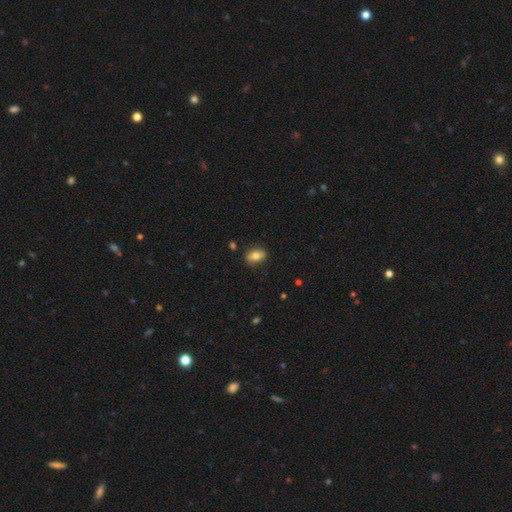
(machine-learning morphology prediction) This appears to be a smooth galaxy with no disk features (76%) that is in between round and cigar-shaped (84%). Merging: none (86%).